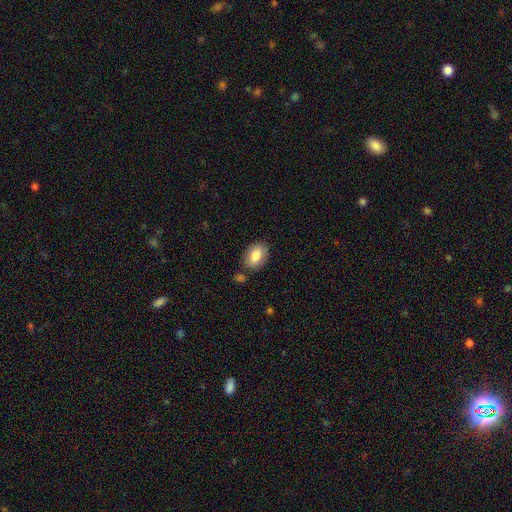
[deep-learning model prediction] Q: Smooth or featured?
A: smooth (80%); runner-up: featured or disk (13%)
Q: How rounded?
A: in between (84%); runner-up: round (14%)
Q: Merging?
A: none (79%); runner-up: minor disturbance (13%)